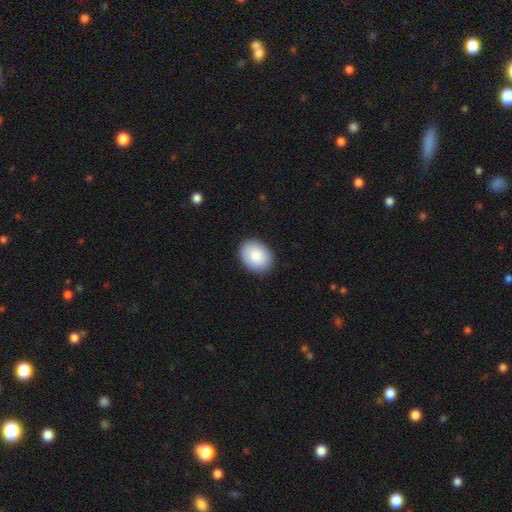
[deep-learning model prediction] This appears to be a smooth galaxy with no disk features (87%) that is in between round and cigar-shaped (64%). Merging: none (89%).